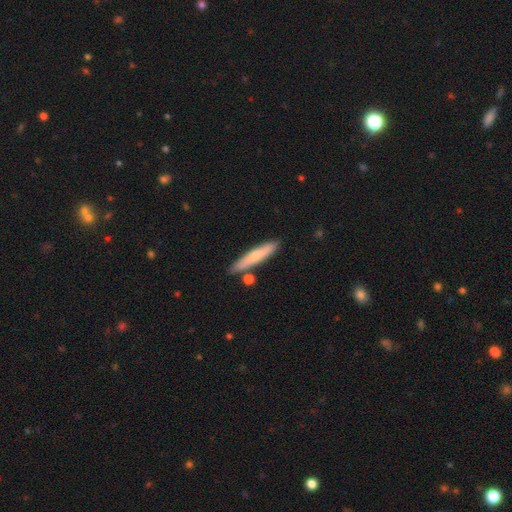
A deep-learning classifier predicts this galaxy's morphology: type=smooth (66%); roundness=cigar-shaped (91%); merging=none (82%).